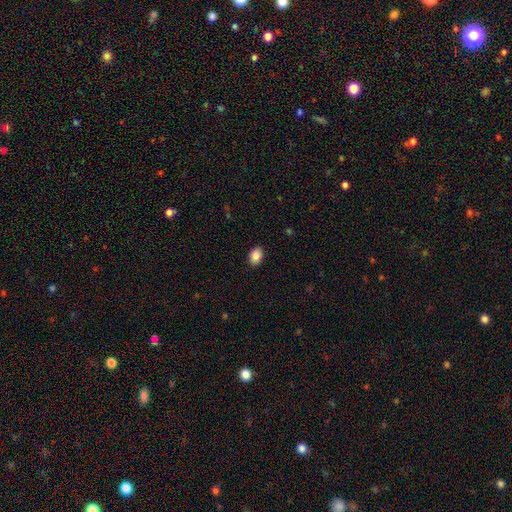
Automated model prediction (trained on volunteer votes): Smooth or featured? smooth (89%)
How rounded? in between (83%)
Merging? none (90%)